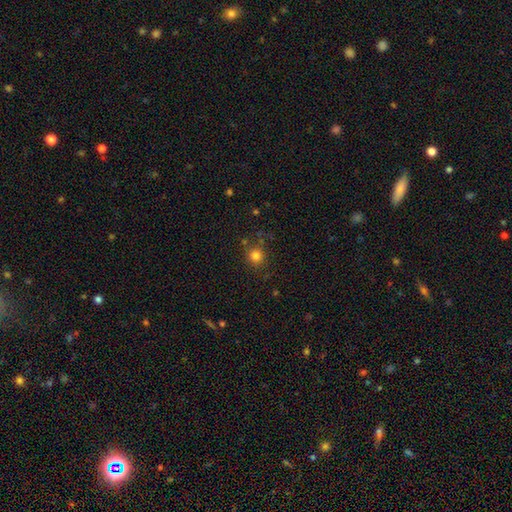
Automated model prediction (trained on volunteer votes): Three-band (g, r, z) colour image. It shows a smooth galaxy with no disk features (81%) that is round (92%). Merging: none (81%).